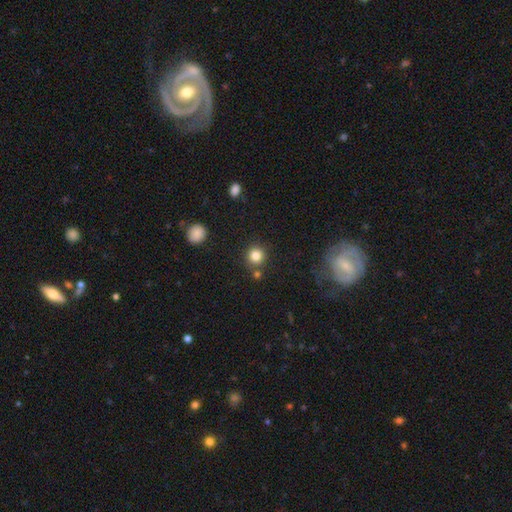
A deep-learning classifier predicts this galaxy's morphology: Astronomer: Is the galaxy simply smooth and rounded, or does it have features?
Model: smooth — 83%.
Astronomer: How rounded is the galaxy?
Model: round — 92%.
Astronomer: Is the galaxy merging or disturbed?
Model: none — 80%.